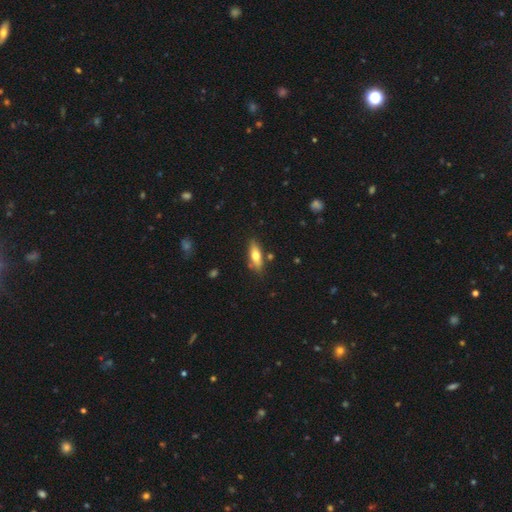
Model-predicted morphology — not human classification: smooth-or-featured: smooth: 66% | featured or disk: 27% | star or artifact: 6%
  how-rounded: in between: 65% | cigar-shaped: 32% | round: 3%
  merging: none: 78% | minor disturbance: 14% | merger: 5% | major disturbance: 3%